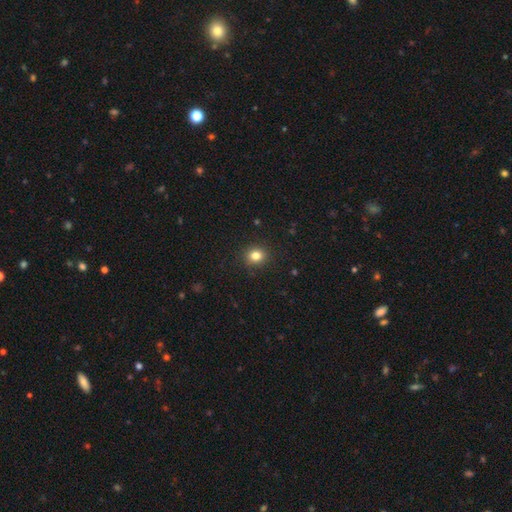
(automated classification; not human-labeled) This is clearly a smooth galaxy (82%). How rounded: likely round (75%). Merging: clearly none (90%).